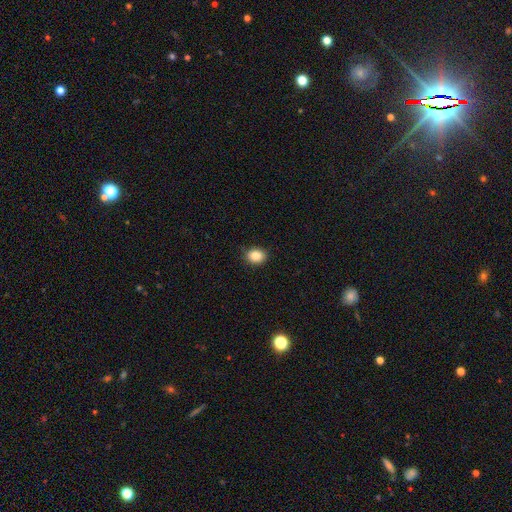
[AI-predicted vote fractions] Smooth or featured? Predicted: smooth (p=0.87). How rounded? Predicted: round (p=0.51). Merging? Predicted: none (p=0.85).